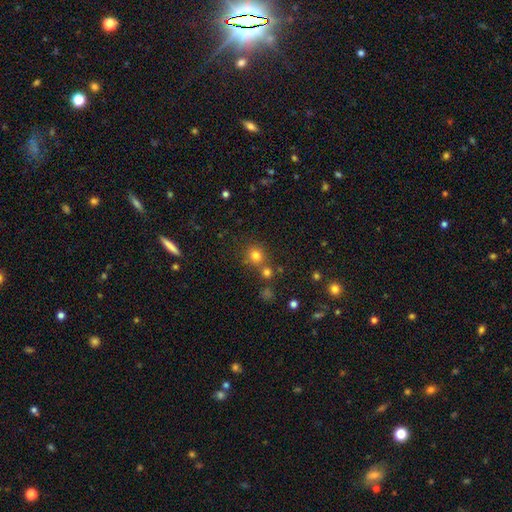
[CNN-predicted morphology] smooth 77%, star or artifact 17%, featured or disk 6%. Down the decision tree: how rounded — round (88%); merging — none (67%).